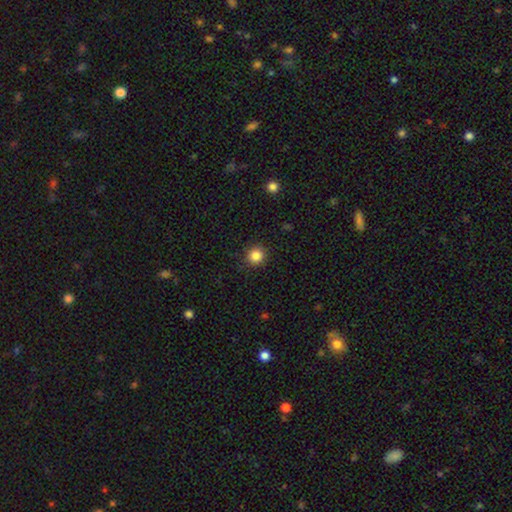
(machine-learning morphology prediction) A smooth galaxy with no disk features (85%) that is round (93%).

Vote fractions:
- Smooth or featured? smooth: 85% / star or artifact: 11% / featured or disk: 4%
- How rounded? round: 93% / in between: 7% / cigar-shaped: 1%
- Merging? none: 91% / minor disturbance: 6% / major disturbance: 2% / merger: 1%